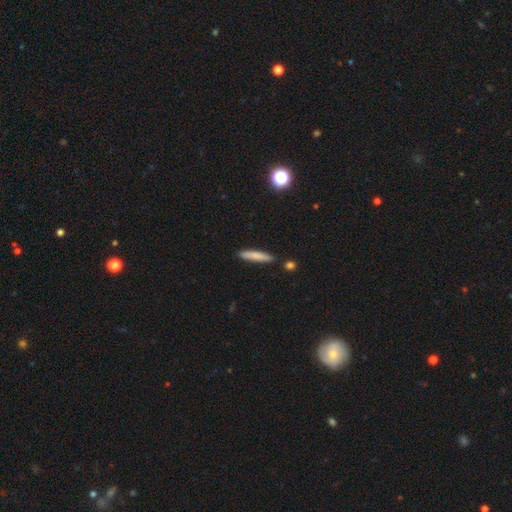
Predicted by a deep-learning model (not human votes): Q: Smooth or featured?
A: smooth (79%); runner-up: featured or disk (15%)
Q: How rounded?
A: cigar-shaped (90%); runner-up: in between (9%)
Q: Merging?
A: none (87%); runner-up: minor disturbance (8%)